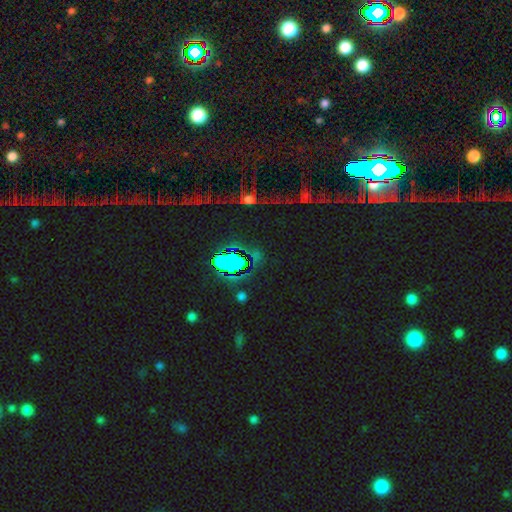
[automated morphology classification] Smooth or featured: star or artifact — 70% (smooth — 18%)